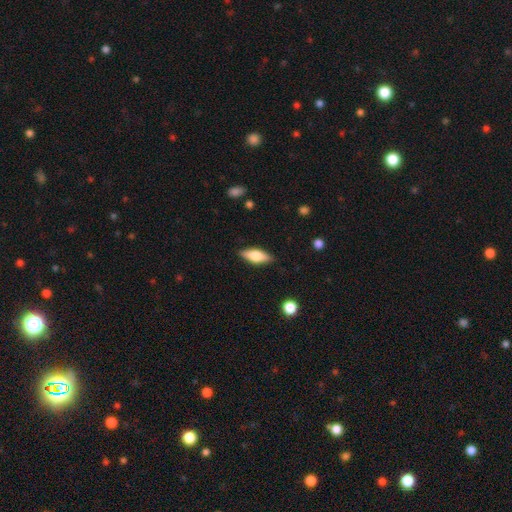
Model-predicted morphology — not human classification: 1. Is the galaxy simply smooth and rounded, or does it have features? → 62% smooth, 31% featured or disk, 6% star or artifact.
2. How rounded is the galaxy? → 67% in between, 30% cigar-shaped, 3% round.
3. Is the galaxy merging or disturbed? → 86% none, 10% minor disturbance, 2% major disturbance, 1% merger.